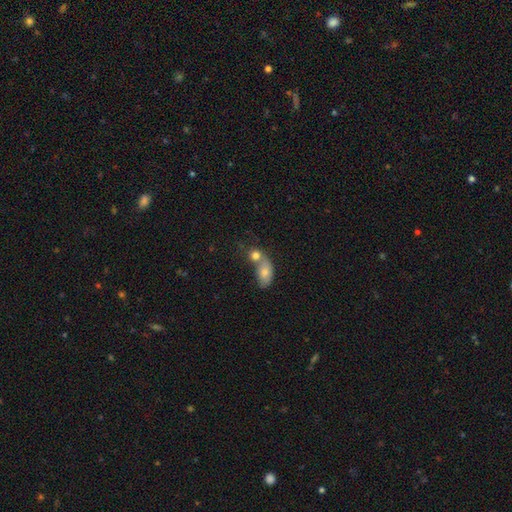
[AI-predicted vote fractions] Q: Smooth or featured?
A: smooth (54%); runner-up: featured or disk (24%)
Q: How rounded?
A: in between (65%); runner-up: round (27%)
Q: Merging?
A: merger (54%); runner-up: none (29%)